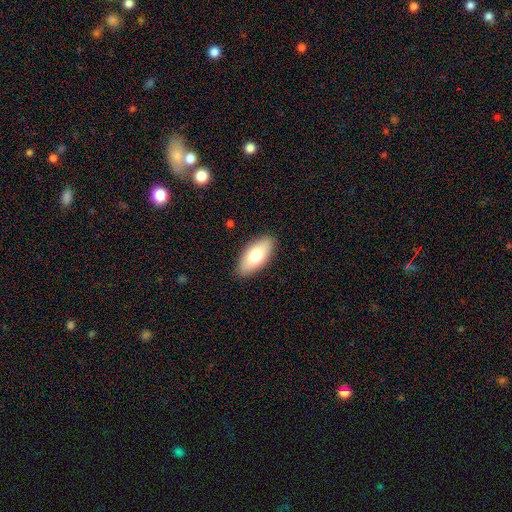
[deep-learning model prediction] This appears to be a smooth galaxy with no disk features (73%) that is in between round and cigar-shaped (87%). Merging: none (88%).